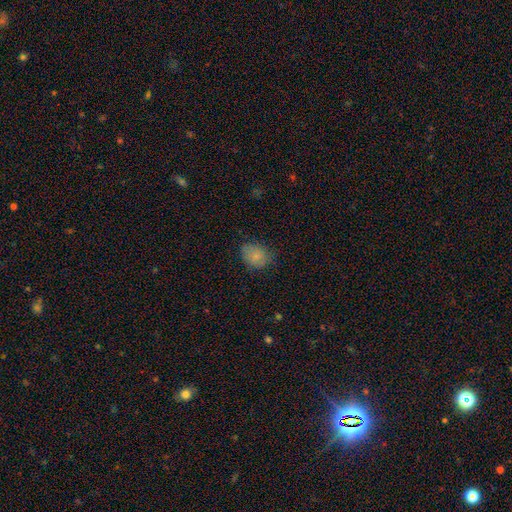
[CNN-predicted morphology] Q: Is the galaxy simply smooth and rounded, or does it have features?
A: smooth — 82%.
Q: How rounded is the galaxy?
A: in between — 53%.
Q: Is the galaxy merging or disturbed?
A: none — 72%.